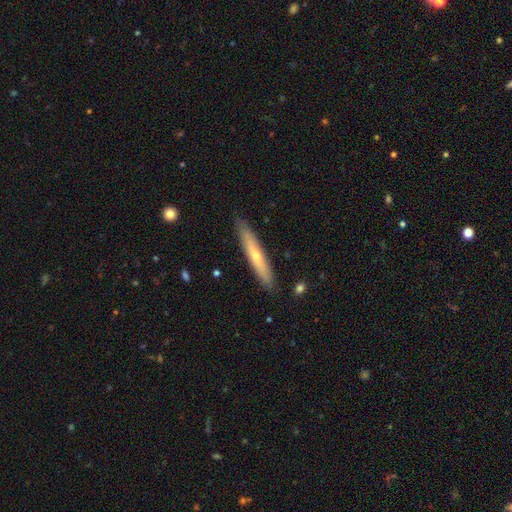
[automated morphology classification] This appears to be a featured or disk galaxy (50%) viewed edge-on (87%). Merging: none (88%).